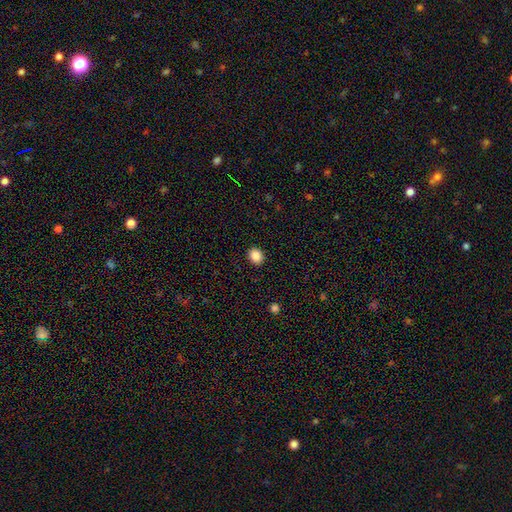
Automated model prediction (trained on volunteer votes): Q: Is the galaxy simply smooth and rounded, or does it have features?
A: smooth — 87%.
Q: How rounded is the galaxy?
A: round — 66%.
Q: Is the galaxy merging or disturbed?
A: none — 91%.